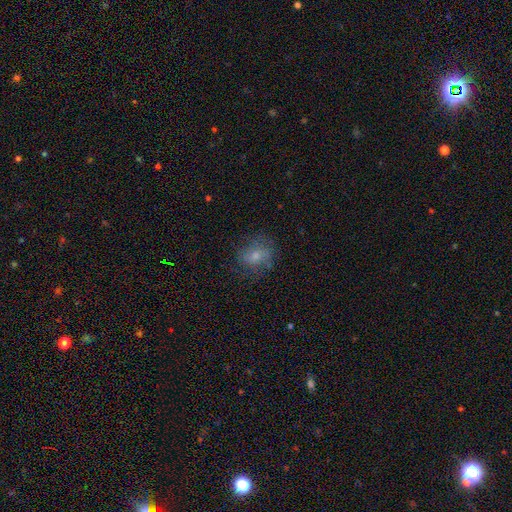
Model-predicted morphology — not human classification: smooth 52%, featured or disk 31%, star or artifact 17%. Down the decision tree: how rounded — round (56%); merging — none (71%).